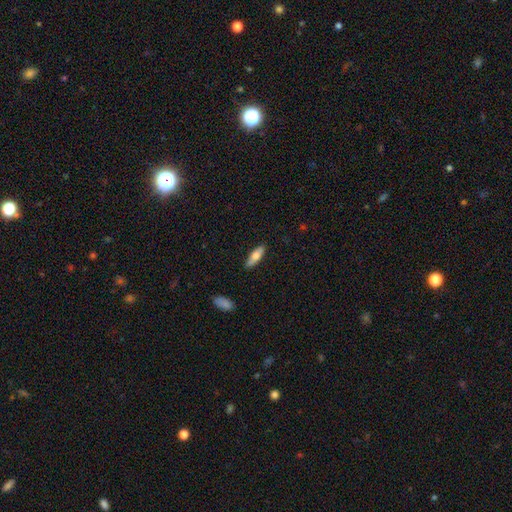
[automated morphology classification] Smooth or featured? smooth (64%)
How rounded? in between (53%)
Merging? none (88%)